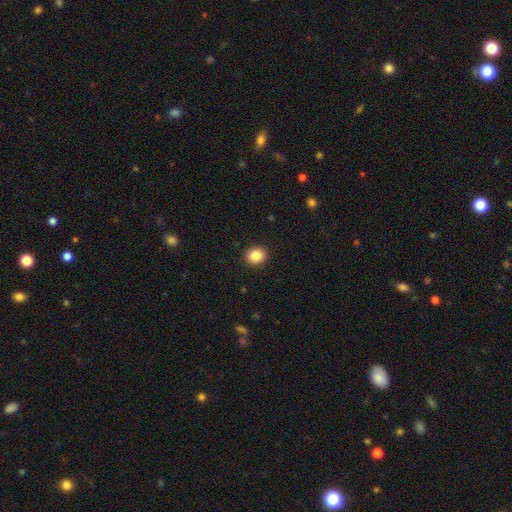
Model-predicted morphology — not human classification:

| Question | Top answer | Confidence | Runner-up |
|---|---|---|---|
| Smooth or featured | smooth | 85% | star or artifact (10%) |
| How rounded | round | 80% | in between (19%) |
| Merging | none | 92% | minor disturbance (5%) |